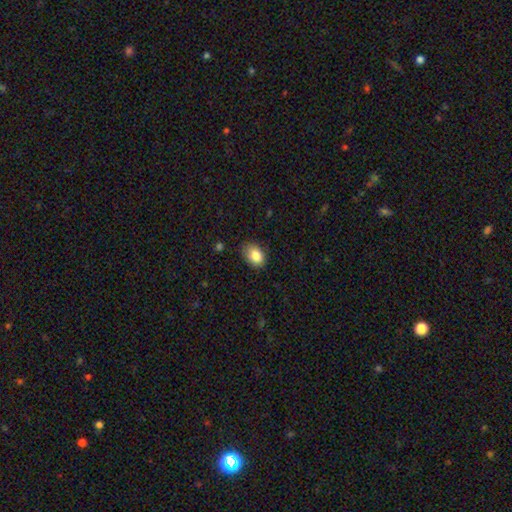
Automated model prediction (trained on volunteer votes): The model was most divided on "merging": none: 76%, minor disturbance: 19%, major disturbance: 3%, merger: 1%. More confident: smooth or featured — smooth (85%); how rounded — in between (80%).